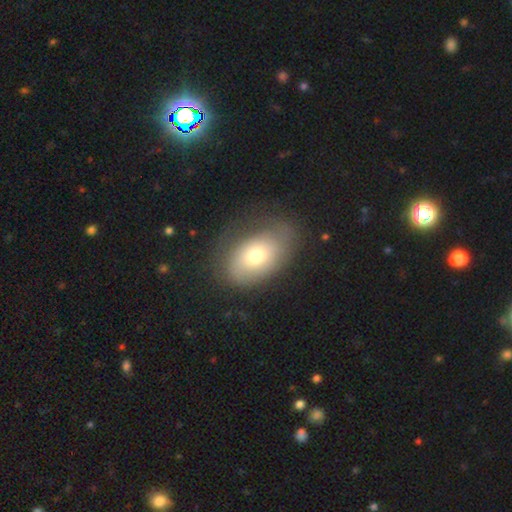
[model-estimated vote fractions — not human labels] A smooth galaxy with no disk features (67%) that is in between round and cigar-shaped (86%). Merging: none (61%).